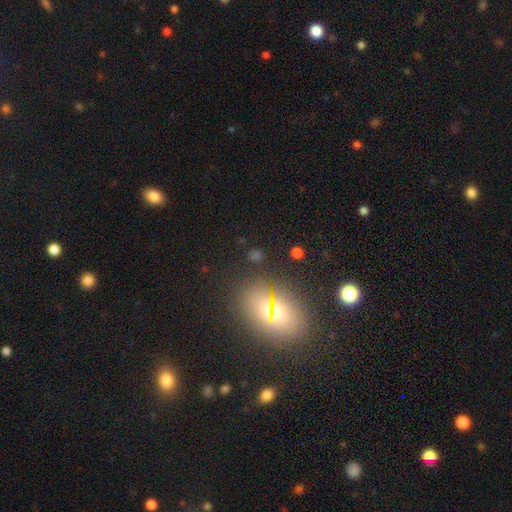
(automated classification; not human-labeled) A star or artifact, not a galaxy (46%).

Vote fractions:
- Smooth or featured? star or artifact: 46% / smooth: 43% / featured or disk: 11%